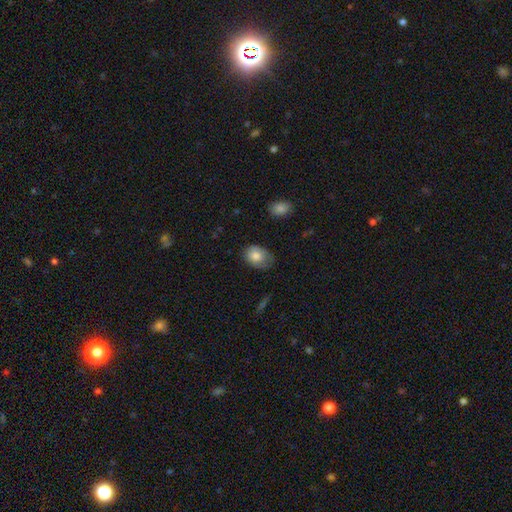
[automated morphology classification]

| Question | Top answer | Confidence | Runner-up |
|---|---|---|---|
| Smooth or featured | smooth | 78% | featured or disk (15%) |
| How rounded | in between | 76% | round (23%) |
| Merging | none | 62% | minor disturbance (29%) |